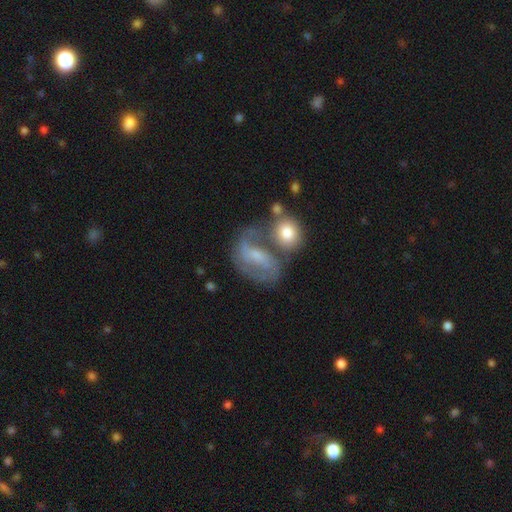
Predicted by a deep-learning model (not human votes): Smooth or featured?
  - featured or disk: 71% *
  - smooth: 21%
  - star or artifact: 9%
Edge-on disk?
  - no: 96% *
  - yes: 4%
Bar?
  - weak: 47% *
  - no: 28%
  - strong: 26%
Spiral arms?
  - yes: 85% *
  - no: 15%
Spiral winding?
  - medium: 50% *
  - loose: 27%
  - tight: 23%
Spiral arm count?
  - 2: 77% *
  - can't tell: 13%
  - 1: 4%
  - 3: 3%
  - 4: 2%
  - more than 4: 1%
Bulge size?
  - small: 48% *
  - moderate: 34%
  - none: 12%
  - large: 5%
  - dominant: 2%
Merging?
  - none: 42% *
  - merger: 30%
  - minor disturbance: 16%
  - major disturbance: 13%